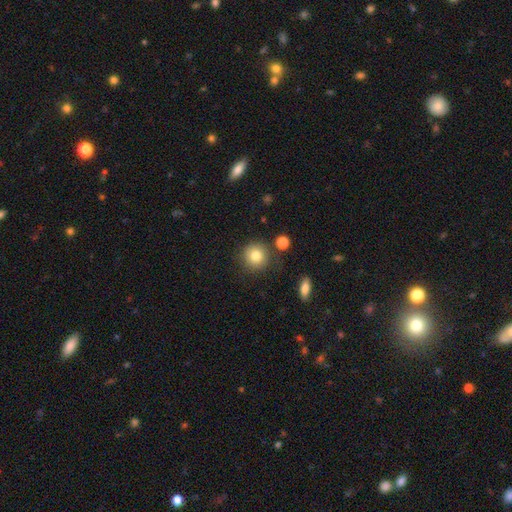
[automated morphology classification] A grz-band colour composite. It shows a smooth galaxy with no disk features (81%) that is round (93%). Merging: none (84%).